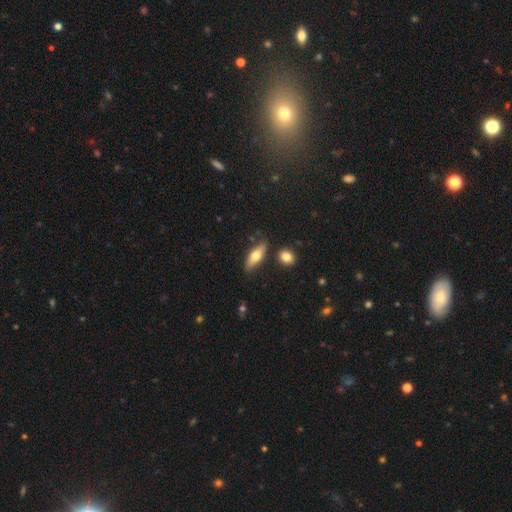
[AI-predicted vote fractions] smooth_or_featured: smooth (p=0.64) [alt: featured or disk p=0.29]
how_rounded: in between (p=0.57) [alt: cigar-shaped p=0.39]
merging: none (p=0.79) [alt: minor disturbance p=0.13]